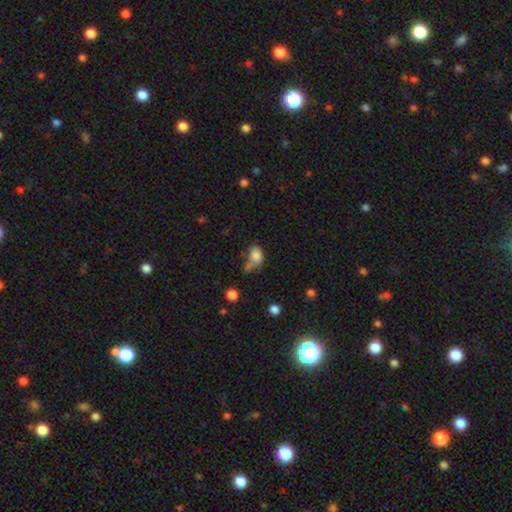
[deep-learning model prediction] Smooth or featured? smooth (80%)
How rounded? in between (72%)
Merging? none (31%)